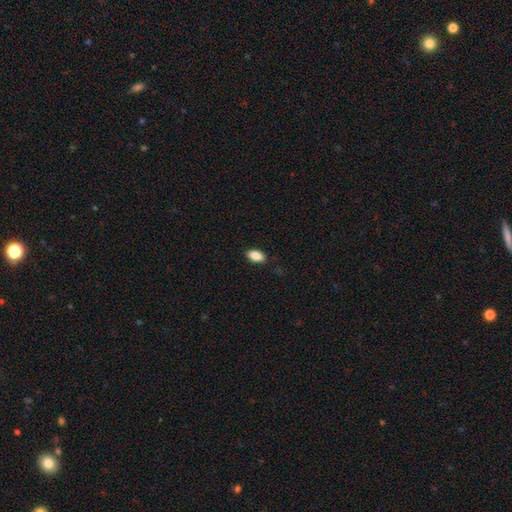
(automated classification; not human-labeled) Morphology: type=smooth (88%); roundness=in between (92%); merging=none (87%).